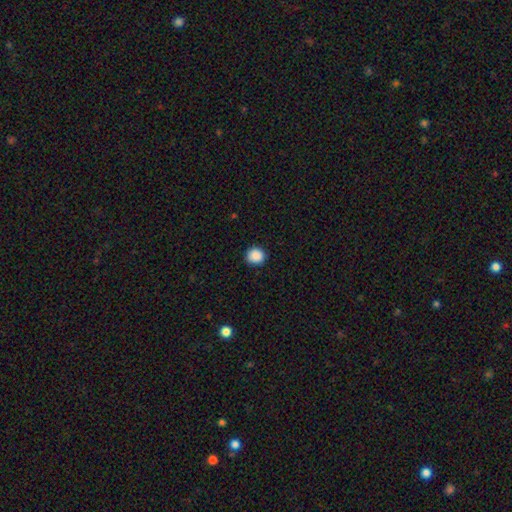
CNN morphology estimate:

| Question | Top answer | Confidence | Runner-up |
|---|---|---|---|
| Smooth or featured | smooth | 89% | star or artifact (9%) |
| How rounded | round | 88% | in between (11%) |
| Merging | none | 90% | minor disturbance (7%) |